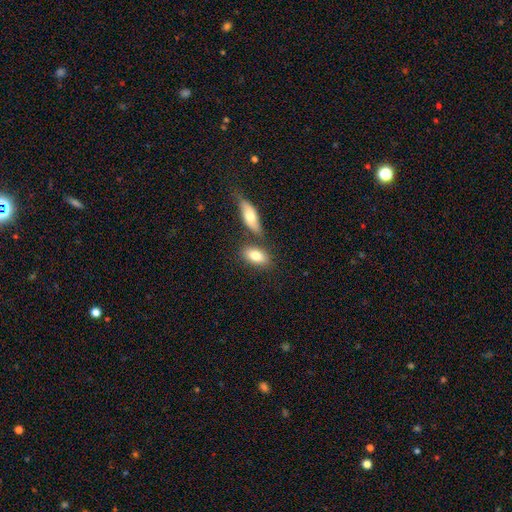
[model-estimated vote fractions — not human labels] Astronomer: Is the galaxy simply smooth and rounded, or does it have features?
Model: smooth — 80%.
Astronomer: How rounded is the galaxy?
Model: in between — 88%.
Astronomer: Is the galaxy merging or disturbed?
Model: none — 63%.